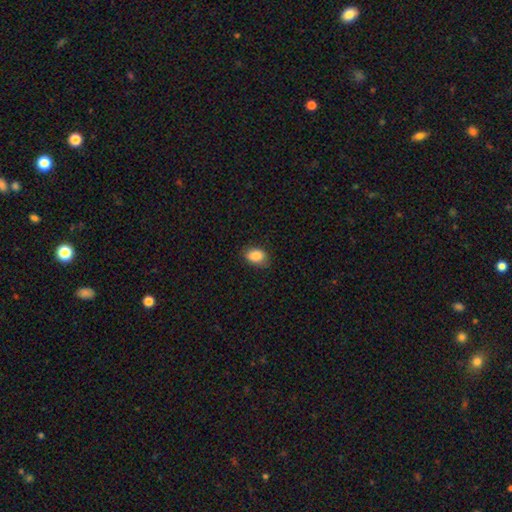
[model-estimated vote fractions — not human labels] A smooth galaxy with no disk features (88%) that is in between round and cigar-shaped (81%).

Vote fractions:
- Smooth or featured? smooth: 88% / star or artifact: 8% / featured or disk: 4%
- How rounded? in between: 81% / round: 17% / cigar-shaped: 1%
- Merging? none: 81% / minor disturbance: 15% / major disturbance: 3% / merger: 1%